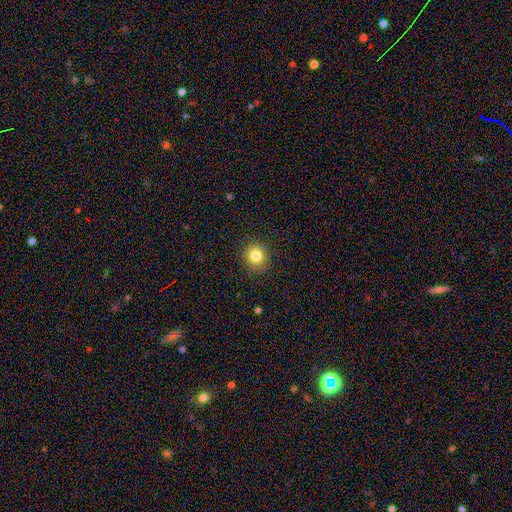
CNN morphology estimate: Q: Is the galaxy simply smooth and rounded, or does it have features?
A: smooth — 82%.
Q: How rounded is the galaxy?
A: round — 80%.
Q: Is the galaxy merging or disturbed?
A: none — 89%.